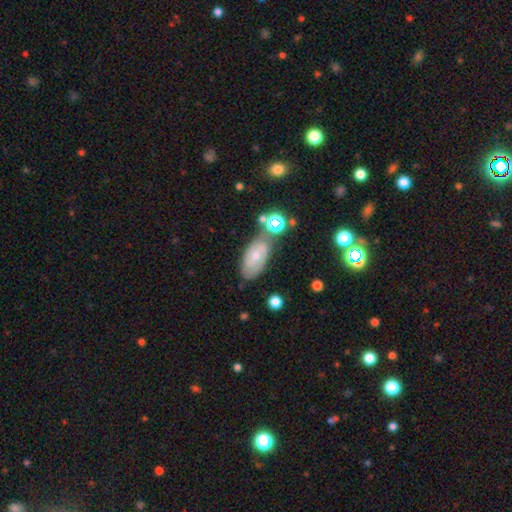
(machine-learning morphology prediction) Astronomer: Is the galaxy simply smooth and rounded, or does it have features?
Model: featured or disk — 57% (runner-up: smooth, 33%).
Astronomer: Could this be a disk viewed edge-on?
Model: no — 92%.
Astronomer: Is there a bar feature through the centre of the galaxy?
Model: no — 71%.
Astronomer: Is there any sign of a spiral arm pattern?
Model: yes — 71%.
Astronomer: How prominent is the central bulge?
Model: small — 54% (runner-up: moderate, 41%).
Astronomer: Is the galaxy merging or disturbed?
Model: none — 57%.